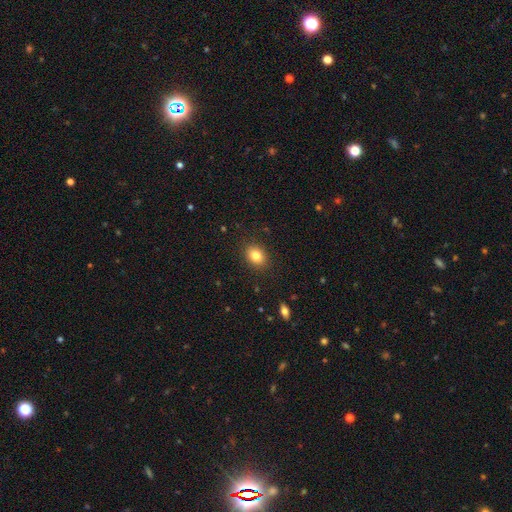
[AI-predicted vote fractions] Smooth or featured: smooth — 83% (star or artifact — 10%)
How rounded: in between — 55% (round — 44%)
Merging: none — 88% (minor disturbance — 8%)